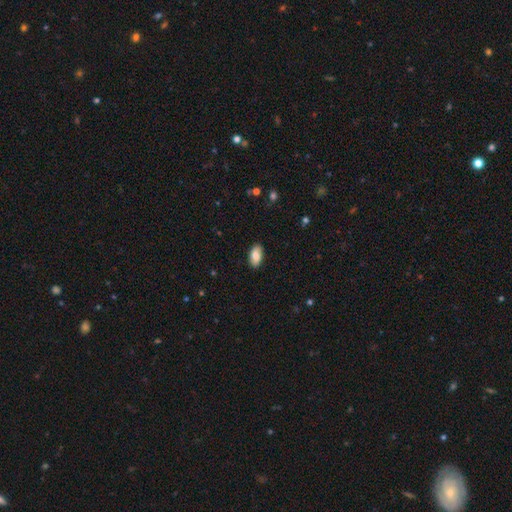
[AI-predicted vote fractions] This is clearly a smooth galaxy (82%). How rounded: clearly in between (94%). Merging: clearly none (88%).